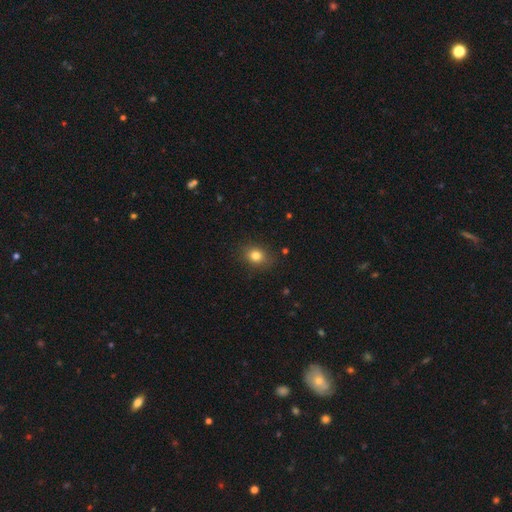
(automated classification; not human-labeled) This appears to be a smooth galaxy with no disk features (81%) that is in between round and cigar-shaped (53%). Merging: none (85%).